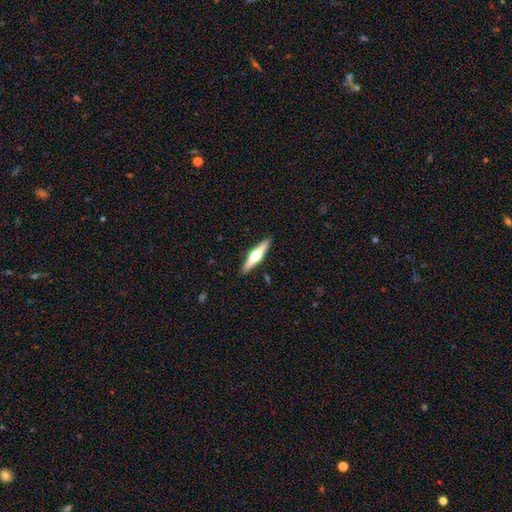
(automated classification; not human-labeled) Smooth or featured? featured or disk (68%)
Edge-on disk? yes (98%)
Edge-on bulge? rounded (96%)
Merging? none (91%)